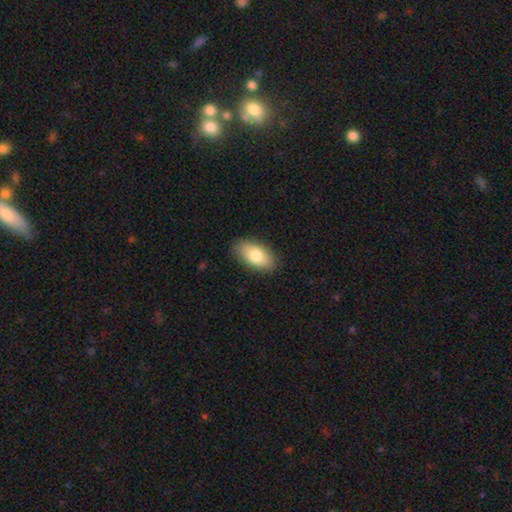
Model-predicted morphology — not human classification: A smooth galaxy with no disk features (81%) that is in between round and cigar-shaped (93%). Merging: none (87%).